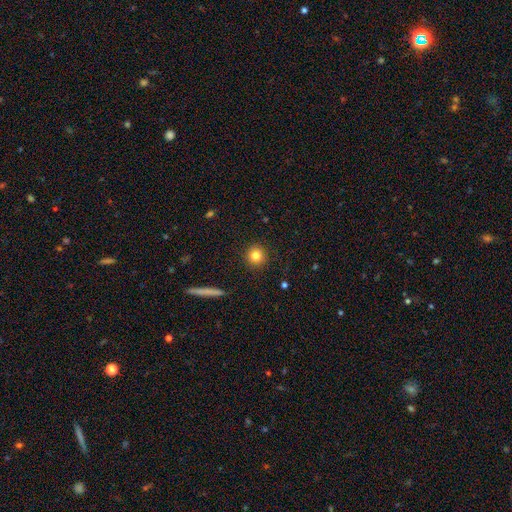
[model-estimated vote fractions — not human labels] A smooth galaxy with no disk features (81%) that is round (94%). Merging: none (92%).